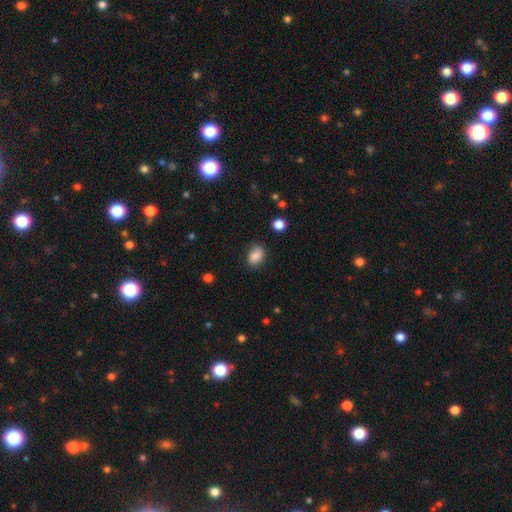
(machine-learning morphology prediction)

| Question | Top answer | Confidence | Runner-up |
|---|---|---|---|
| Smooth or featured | smooth | 82% | star or artifact (9%) |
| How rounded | in between | 75% | round (23%) |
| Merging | none | 69% | minor disturbance (23%) |